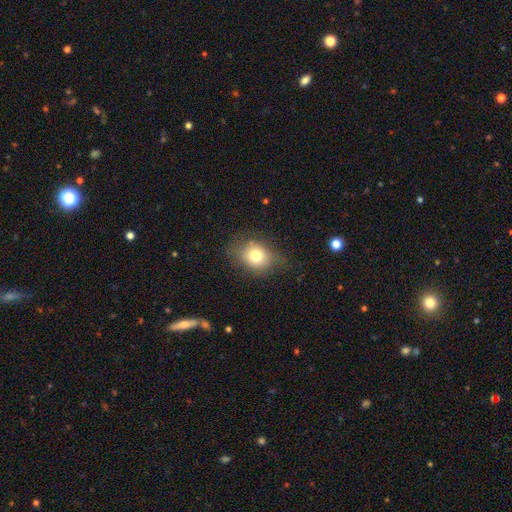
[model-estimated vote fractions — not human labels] Smooth or featured?
  - smooth: 74% *
  - featured or disk: 14%
  - star or artifact: 12%
How rounded?
  - round: 54% *
  - in between: 45%
  - cigar-shaped: 1%
Merging?
  - none: 73% *
  - minor disturbance: 19%
  - major disturbance: 7%
  - merger: 1%